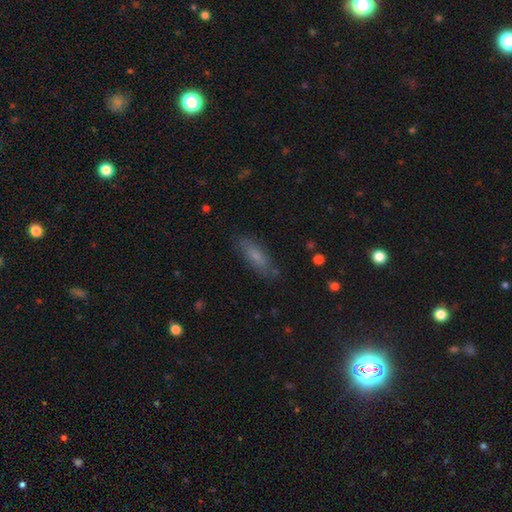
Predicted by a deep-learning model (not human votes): Overall: smooth (70%). How rounded: in between (55%; cigar-shaped 43%). Merging: none (79%).